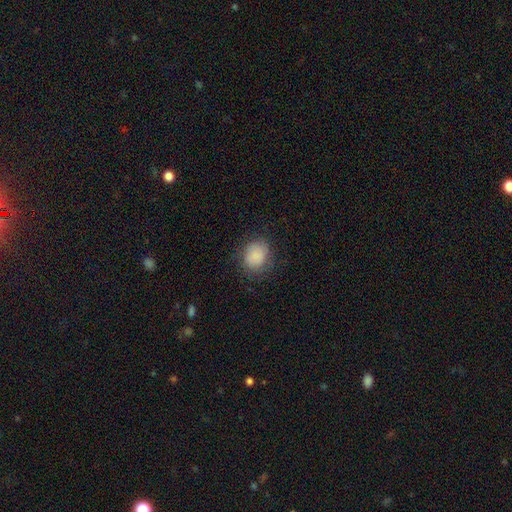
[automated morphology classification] Smooth or featured: smooth — 83% (featured or disk — 9%)
How rounded: round — 68% (in between — 31%)
Merging: none — 74% (minor disturbance — 17%)